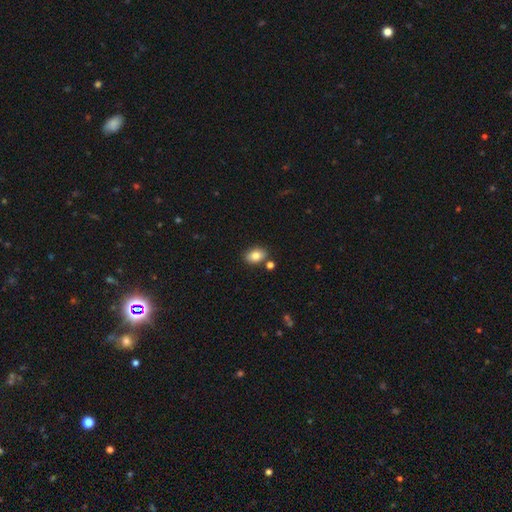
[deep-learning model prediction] smooth_or_featured: smooth (p=0.83) [alt: featured or disk p=0.09]
how_rounded: in between (p=0.82) [alt: round p=0.17]
merging: none (p=0.79) [alt: minor disturbance p=0.10]